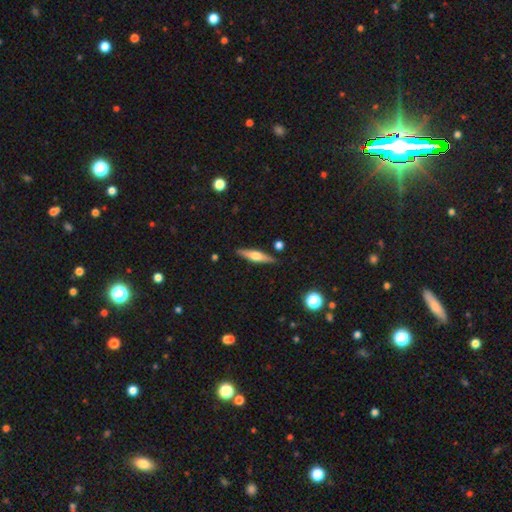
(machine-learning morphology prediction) This is possibly a featured or disk galaxy (51%). It is clearly viewed edge-on (93%). Merging: clearly none (87%).